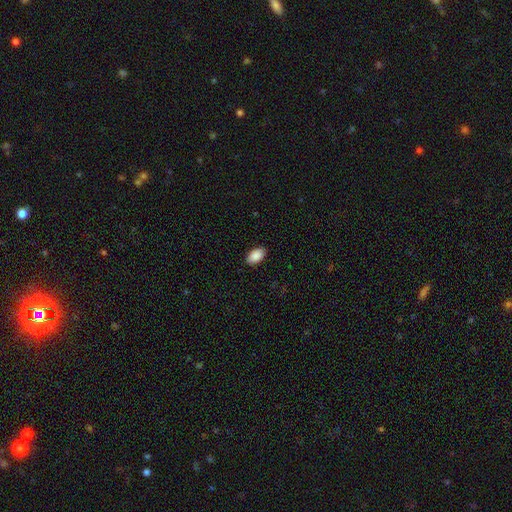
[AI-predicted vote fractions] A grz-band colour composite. It shows a smooth galaxy with no disk features (90%) that is in between round and cigar-shaped (94%). Merging: none (89%).